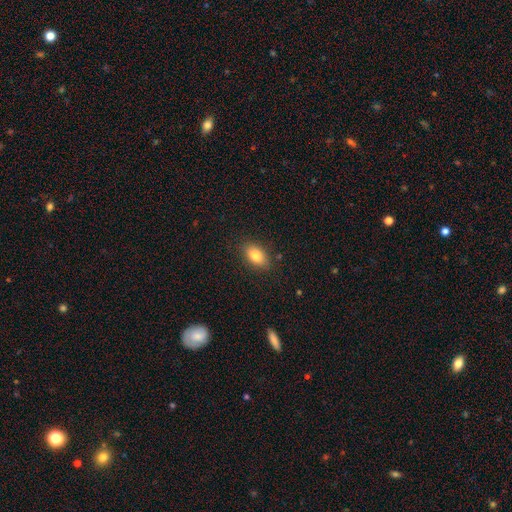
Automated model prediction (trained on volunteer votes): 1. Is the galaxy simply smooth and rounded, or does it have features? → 82% smooth, 10% featured or disk, 8% star or artifact.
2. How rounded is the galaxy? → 89% in between, 8% round, 4% cigar-shaped.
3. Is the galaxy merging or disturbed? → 86% none, 10% minor disturbance, 3% major disturbance, 1% merger.